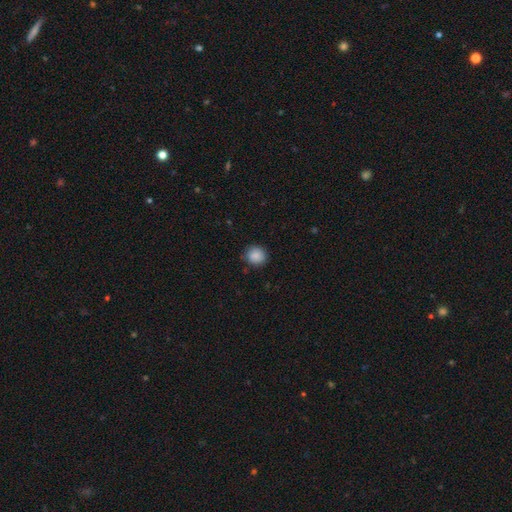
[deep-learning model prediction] This appears to be a smooth galaxy with no disk features (88%) that is round (86%). Merging: none (85%).